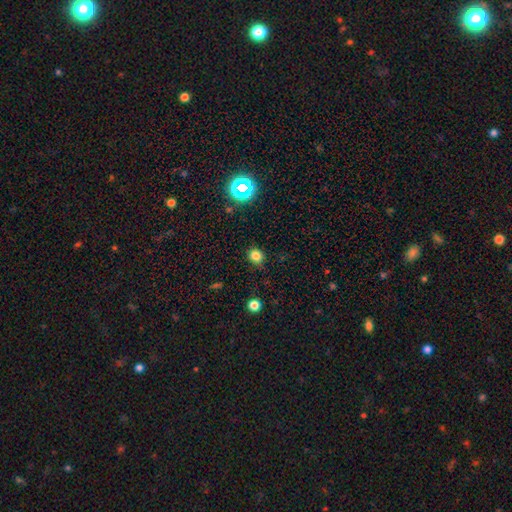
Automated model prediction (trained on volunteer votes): Overall: smooth (79%). How rounded: round (84%). Merging: none (87%).